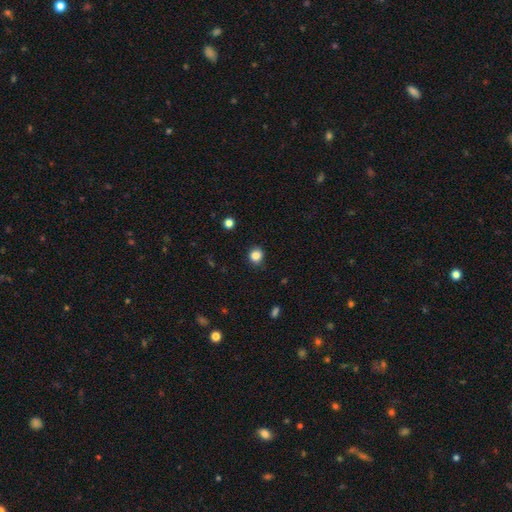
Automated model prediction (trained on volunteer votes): This is clearly a smooth galaxy (85%). How rounded: clearly round (88%). Merging: clearly none (89%).